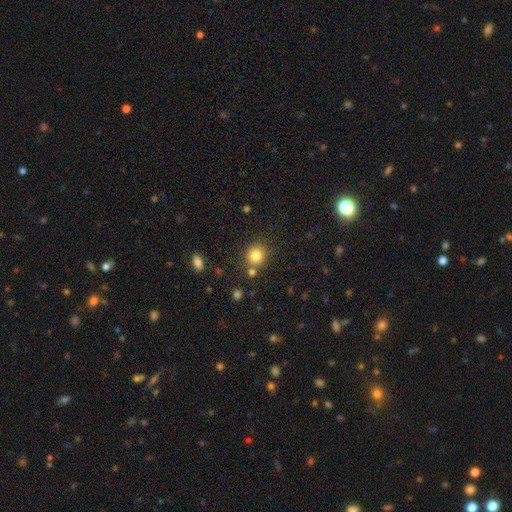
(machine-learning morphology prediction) Overall: smooth (82%). How rounded: round (85%). Merging: none (76%).